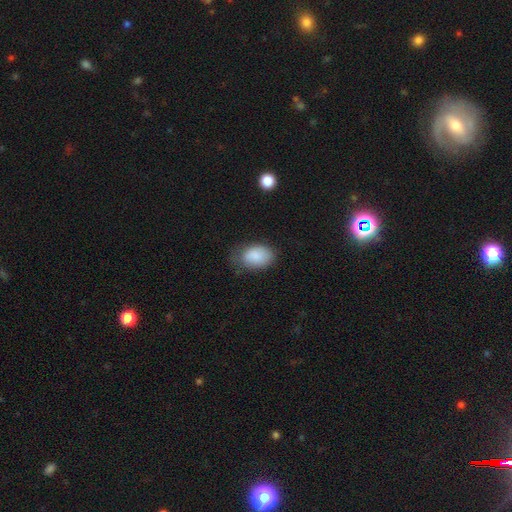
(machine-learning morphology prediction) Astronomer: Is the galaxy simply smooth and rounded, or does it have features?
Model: smooth — 87%.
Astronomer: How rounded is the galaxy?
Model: in between — 84%.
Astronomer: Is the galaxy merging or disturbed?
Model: none — 59%.